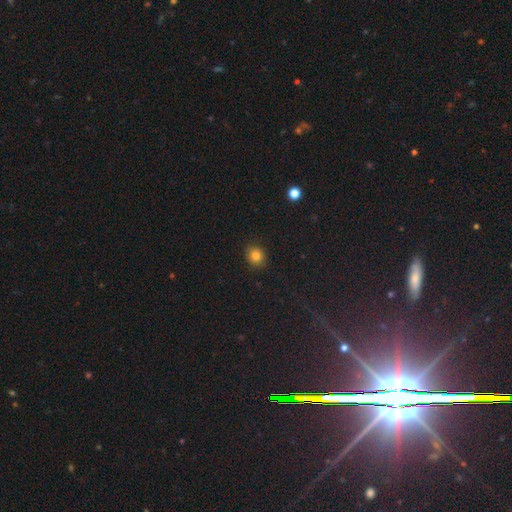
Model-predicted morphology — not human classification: Smooth or featured? Predicted: smooth (p=0.82). How rounded? Predicted: round (p=0.81). Merging? Predicted: none (p=0.89).